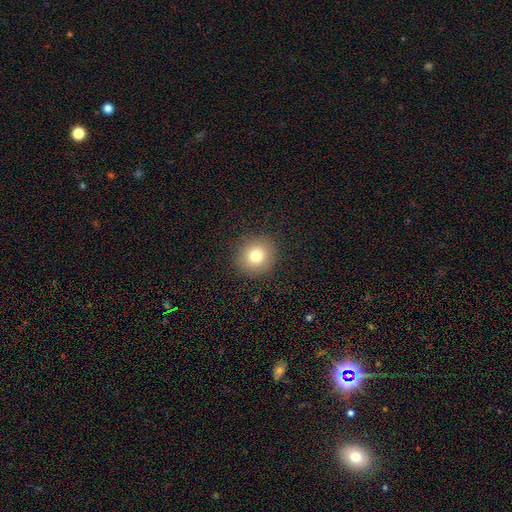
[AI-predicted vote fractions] Q: Smooth or featured?
A: smooth (79%); runner-up: star or artifact (12%)
Q: How rounded?
A: round (91%); runner-up: in between (8%)
Q: Merging?
A: none (90%); runner-up: minor disturbance (6%)